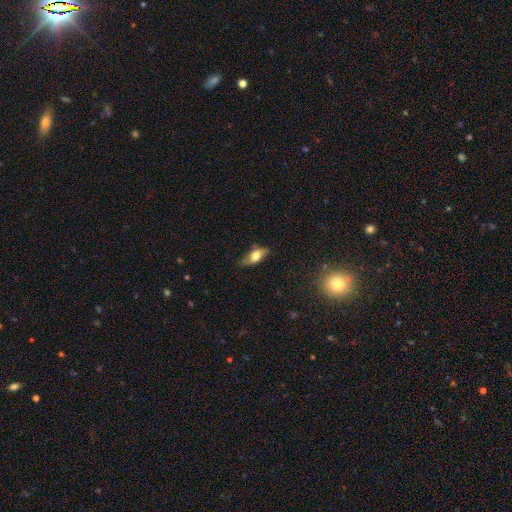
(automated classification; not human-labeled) Overall: smooth (58%; featured or disk 34%). How rounded: in between (76%). Merging: none (72%).